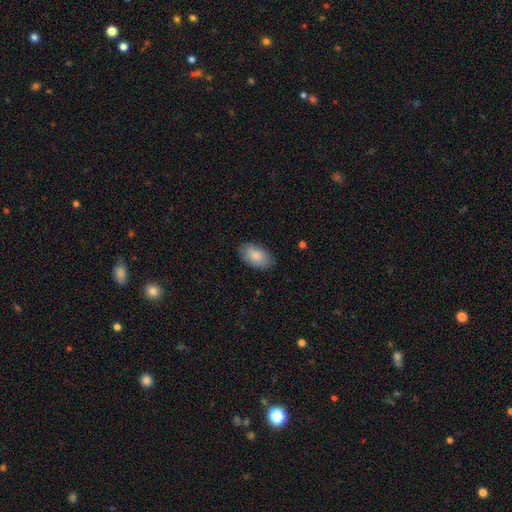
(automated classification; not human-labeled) Smooth or featured? Predicted: smooth (p=0.87). How rounded? Predicted: in between (p=0.94). Merging? Predicted: none (p=0.84).